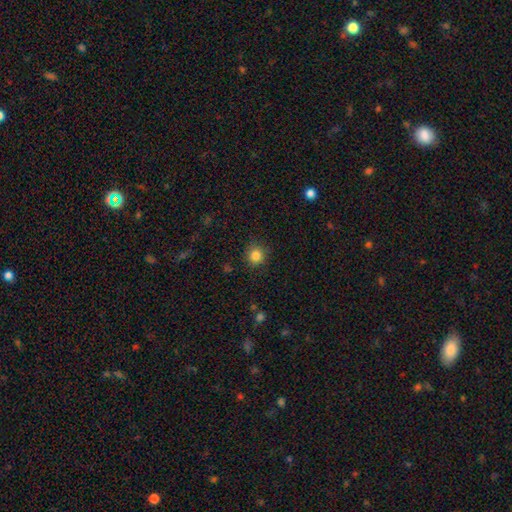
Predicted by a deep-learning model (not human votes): A smooth galaxy with no disk features (84%) that is round (91%).

Vote fractions:
- Smooth or featured? smooth: 84% / star or artifact: 12% / featured or disk: 4%
- How rounded? round: 91% / in between: 8% / cigar-shaped: 1%
- Merging? none: 87% / minor disturbance: 9% / major disturbance: 3% / merger: 1%